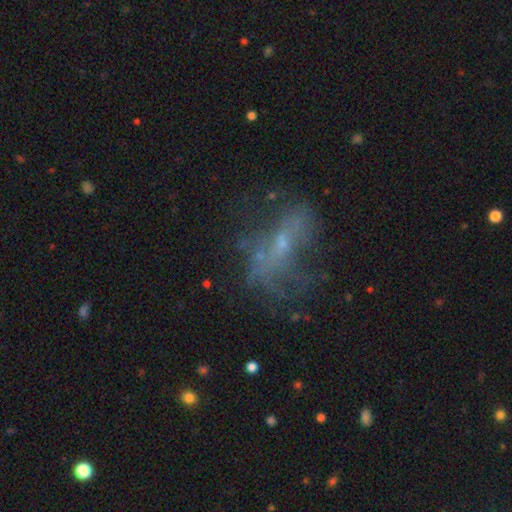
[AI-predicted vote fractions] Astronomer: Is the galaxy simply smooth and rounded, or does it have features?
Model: featured or disk — 56%.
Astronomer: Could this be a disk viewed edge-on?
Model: no — 90%.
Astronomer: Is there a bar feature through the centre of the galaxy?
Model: no — 69%.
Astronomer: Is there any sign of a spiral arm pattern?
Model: no — 70%.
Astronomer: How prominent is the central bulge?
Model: small — 64%.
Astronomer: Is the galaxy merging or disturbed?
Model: none — 43% (runner-up: major disturbance, 31%).